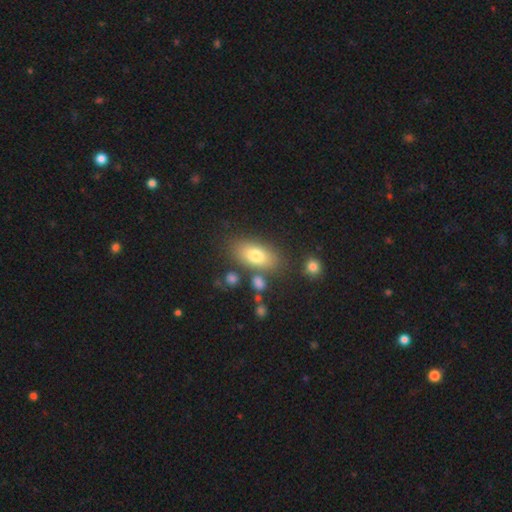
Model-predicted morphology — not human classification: smooth-or-featured: smooth: 76% | featured or disk: 16% | star or artifact: 9%
  how-rounded: in between: 88% | round: 7% | cigar-shaped: 5%
  merging: none: 75% | minor disturbance: 12% | merger: 8% | major disturbance: 5%